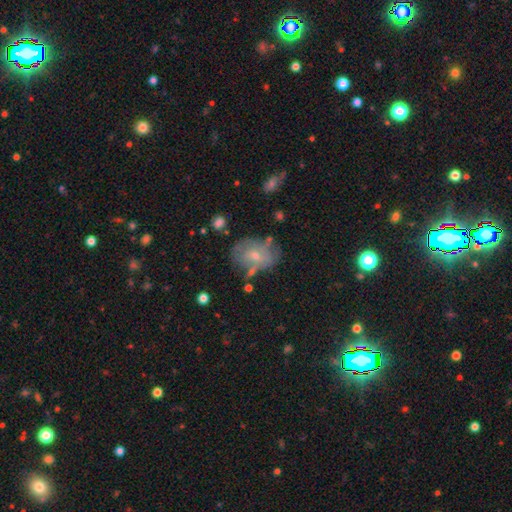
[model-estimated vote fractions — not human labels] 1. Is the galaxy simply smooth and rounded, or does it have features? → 46% featured or disk, 44% smooth, 10% star or artifact.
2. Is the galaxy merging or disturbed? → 51% none, 27% minor disturbance, 14% major disturbance, 8% merger.